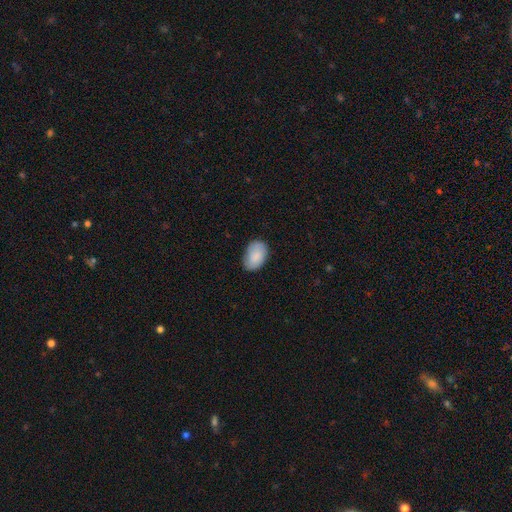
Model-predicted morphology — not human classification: smooth-or-featured: smooth: 85% | featured or disk: 9% | star or artifact: 6%
  how-rounded: in between: 89% | round: 10% | cigar-shaped: 1%
  merging: none: 73% | minor disturbance: 22% | major disturbance: 4% | merger: 1%